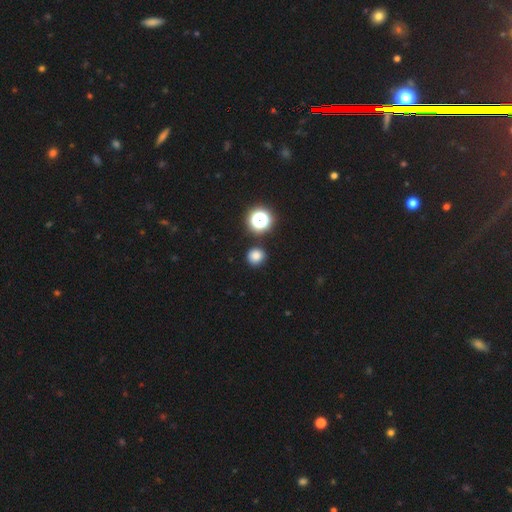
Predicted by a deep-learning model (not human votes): Smooth or featured: smooth — 79% (star or artifact — 16%)
How rounded: round — 92% (in between — 7%)
Merging: none — 88% (minor disturbance — 6%)